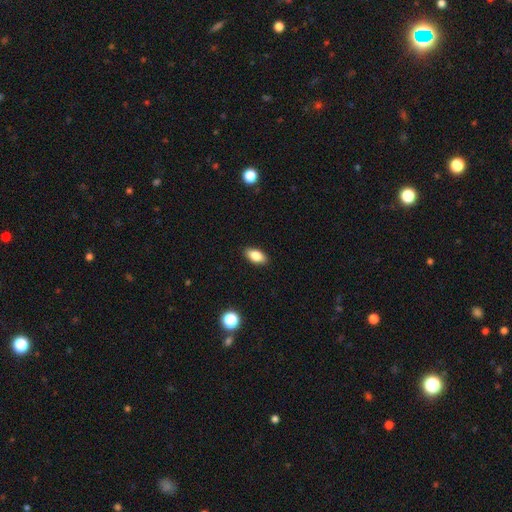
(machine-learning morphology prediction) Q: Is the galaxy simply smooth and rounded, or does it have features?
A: smooth — 83%.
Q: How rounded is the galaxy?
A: in between — 90%.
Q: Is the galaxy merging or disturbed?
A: none — 89%.